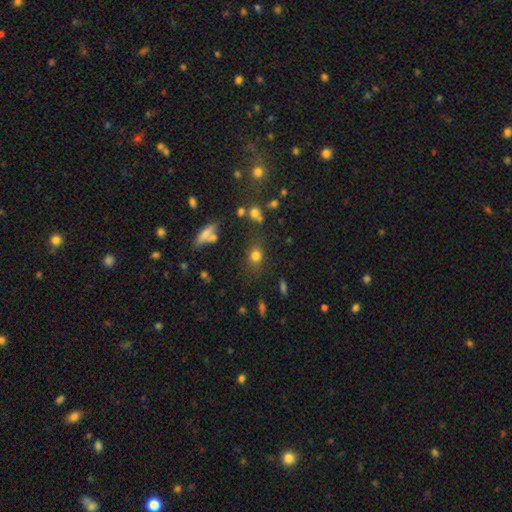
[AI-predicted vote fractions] Q: Smooth or featured?
A: smooth (74%); runner-up: star or artifact (17%)
Q: How rounded?
A: round (53%); runner-up: in between (44%)
Q: Merging?
A: none (74%); runner-up: minor disturbance (14%)